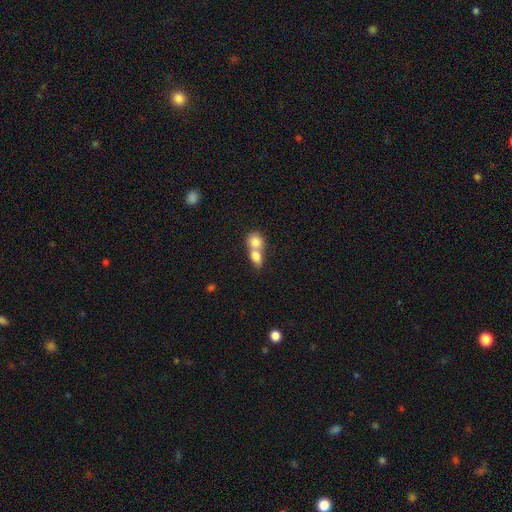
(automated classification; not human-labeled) Smooth or featured?
  - smooth: 80% *
  - featured or disk: 13%
  - star or artifact: 7%
How rounded?
  - in between: 57% *
  - round: 40%
  - cigar-shaped: 3%
Merging?
  - merger: 74% *
  - none: 19%
  - minor disturbance: 5%
  - major disturbance: 3%